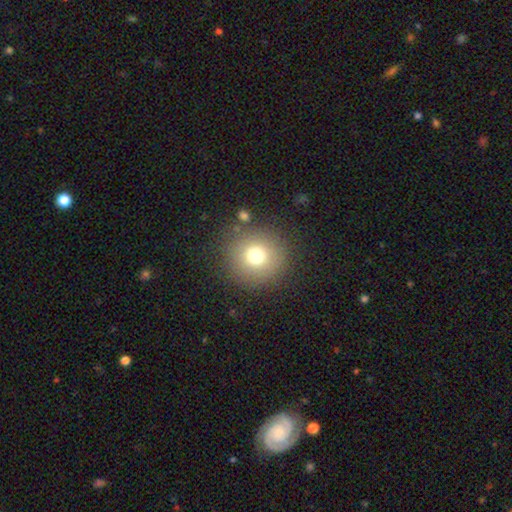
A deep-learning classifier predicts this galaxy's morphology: Smooth or featured?
  - smooth: 74% *
  - star or artifact: 15%
  - featured or disk: 11%
How rounded?
  - round: 95% *
  - in between: 4%
  - cigar-shaped: 1%
Merging?
  - none: 86% *
  - minor disturbance: 8%
  - major disturbance: 4%
  - merger: 3%